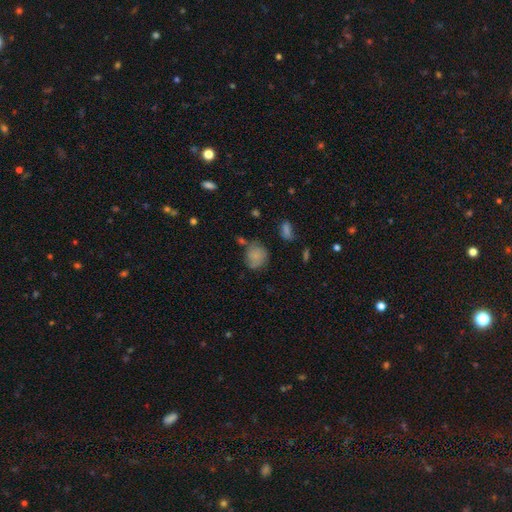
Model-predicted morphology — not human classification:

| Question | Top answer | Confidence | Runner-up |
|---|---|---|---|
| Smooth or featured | smooth | 73% | featured or disk (17%) |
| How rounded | round | 70% | in between (29%) |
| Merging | none | 53% | minor disturbance (26%) |